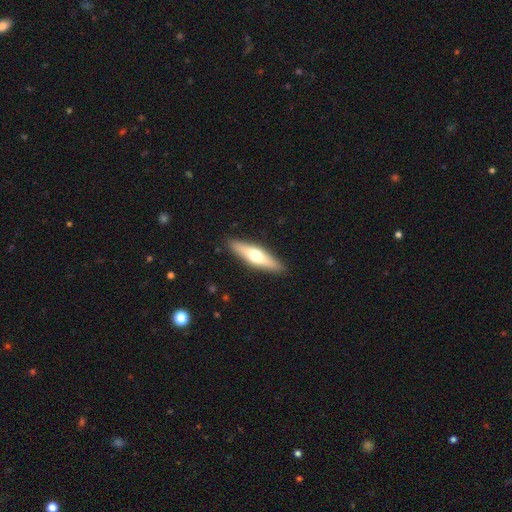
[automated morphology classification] This is possibly a smooth galaxy (50%). How rounded: likely cigar-shaped (71%). Merging: clearly none (89%).